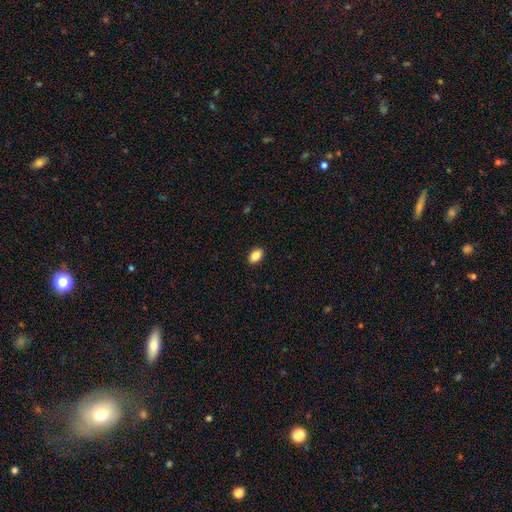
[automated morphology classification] This is clearly a smooth galaxy (86%). How rounded: clearly in between (84%). Merging: clearly none (90%).